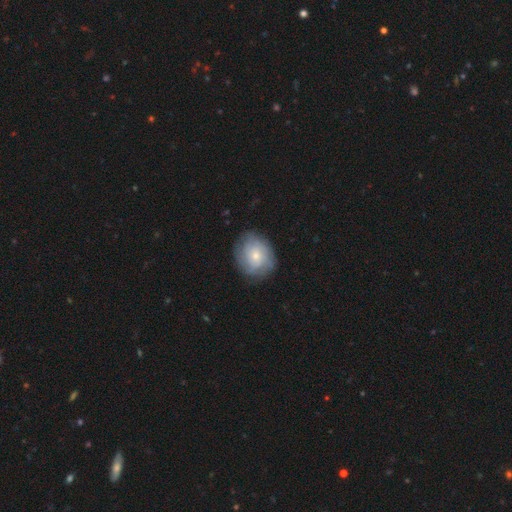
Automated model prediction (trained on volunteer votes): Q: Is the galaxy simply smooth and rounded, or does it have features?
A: smooth — 48%.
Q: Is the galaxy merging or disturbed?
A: none — 76%.